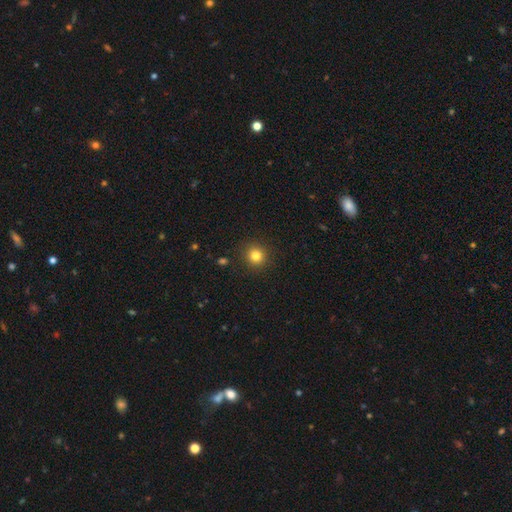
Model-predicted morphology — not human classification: Q: Smooth or featured?
A: smooth (82%); runner-up: star or artifact (13%)
Q: How rounded?
A: round (92%); runner-up: in between (7%)
Q: Merging?
A: none (91%); runner-up: minor disturbance (6%)